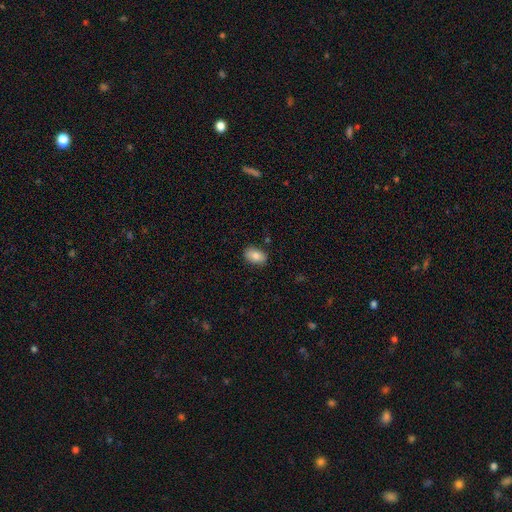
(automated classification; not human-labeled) Morphology: type=smooth (81%); roundness=in between (89%); merging=none (85%).